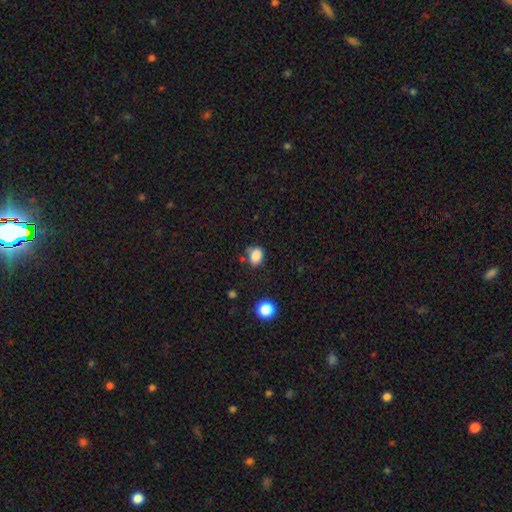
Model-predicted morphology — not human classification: smooth 84%, star or artifact 11%, featured or disk 5%. Down the decision tree: how rounded — in between (56%); merging — none (62%).